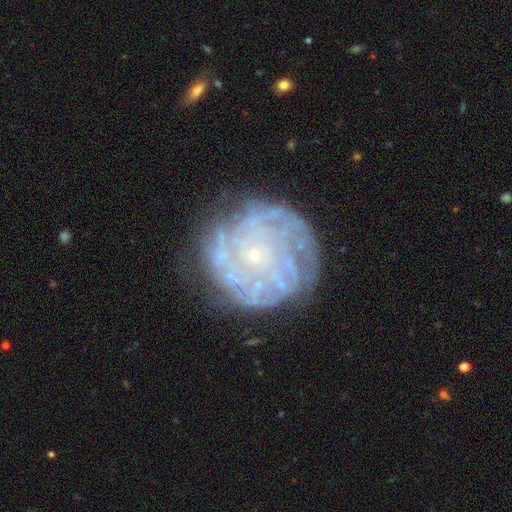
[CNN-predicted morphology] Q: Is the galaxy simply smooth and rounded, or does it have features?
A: featured or disk — 74%.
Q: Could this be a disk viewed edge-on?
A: no — 97%.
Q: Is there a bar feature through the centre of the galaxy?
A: no — 85%.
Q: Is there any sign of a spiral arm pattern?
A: yes — 71%.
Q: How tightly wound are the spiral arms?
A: tight — 72%.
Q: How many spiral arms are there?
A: can't tell — 50%.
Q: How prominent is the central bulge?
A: small — 86%.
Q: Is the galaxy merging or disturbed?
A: none — 70%.